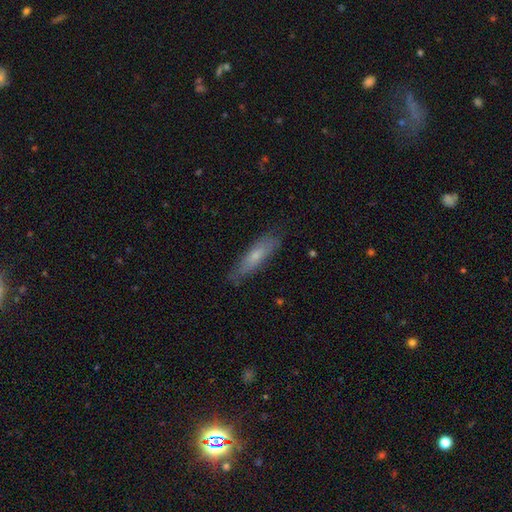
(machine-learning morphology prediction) The model was most divided on "smooth or featured": smooth: 59%, featured or disk: 35%, star or artifact: 7%. More confident: merging — none (78%); how rounded — cigar-shaped (71%).